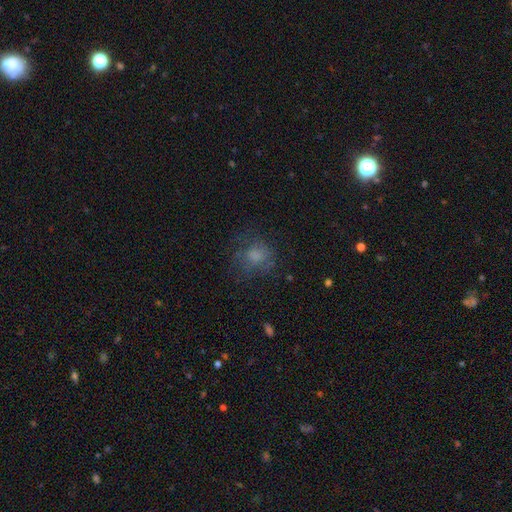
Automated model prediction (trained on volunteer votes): This is likely a smooth galaxy (64%). How rounded: likely round (74%). Merging: likely none (60%).